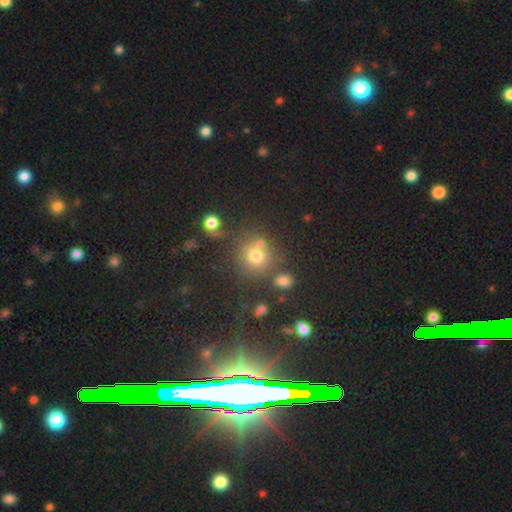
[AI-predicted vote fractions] Smooth or featured? Predicted: smooth (p=0.73). How rounded? Predicted: round (p=0.88). Merging? Predicted: none (p=0.68).